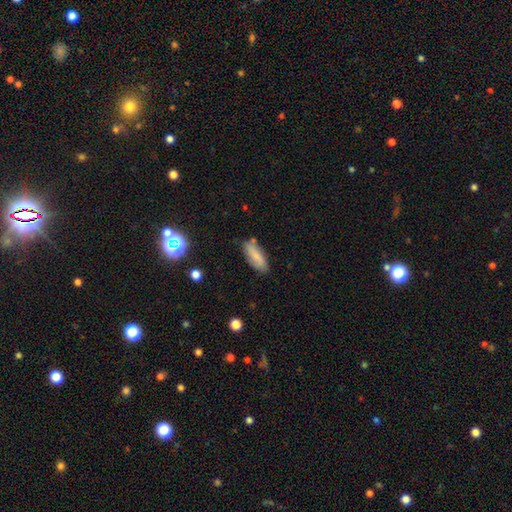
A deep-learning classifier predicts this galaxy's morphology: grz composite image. It shows a smooth galaxy with no disk features (78%) that is in between round and cigar-shaped (69%). Merging: none (78%).